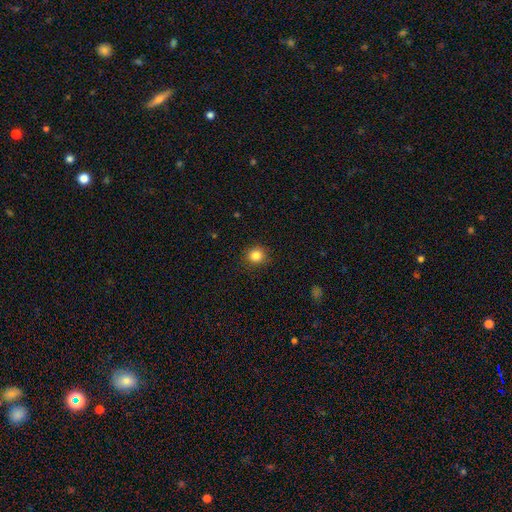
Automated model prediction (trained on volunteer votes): Smooth or featured? smooth (84%)
How rounded? round (86%)
Merging? none (89%)